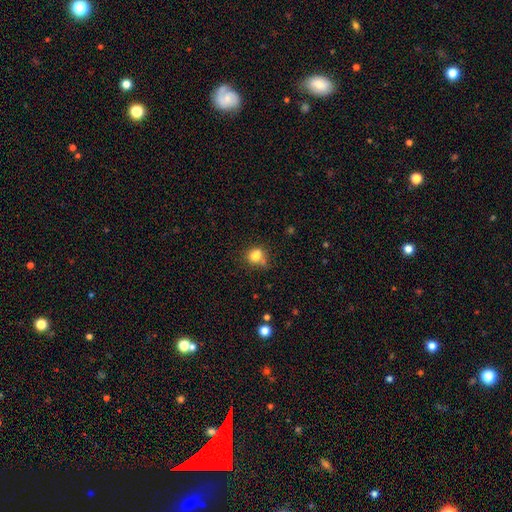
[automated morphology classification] Q: Smooth or featured?
A: smooth (79%); runner-up: star or artifact (12%)
Q: How rounded?
A: round (68%); runner-up: in between (31%)
Q: Merging?
A: none (51%); runner-up: minor disturbance (24%)